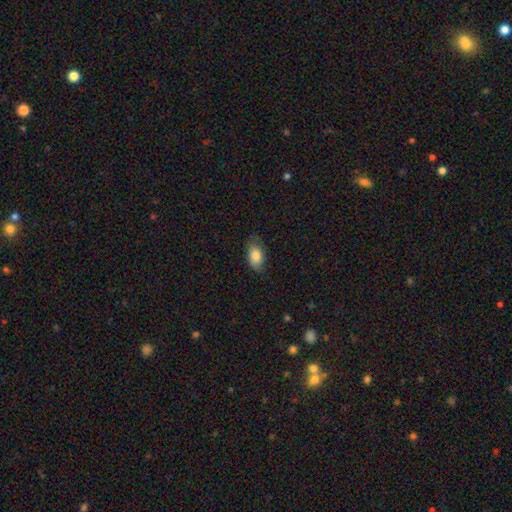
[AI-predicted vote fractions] A smooth galaxy with no disk features (81%) that is in between round and cigar-shaped (92%).

Vote fractions:
- Smooth or featured? smooth: 81% / featured or disk: 12% / star or artifact: 7%
- How rounded? in between: 92% / round: 6% / cigar-shaped: 2%
- Merging? none: 71% / minor disturbance: 23% / major disturbance: 5% / merger: 1%